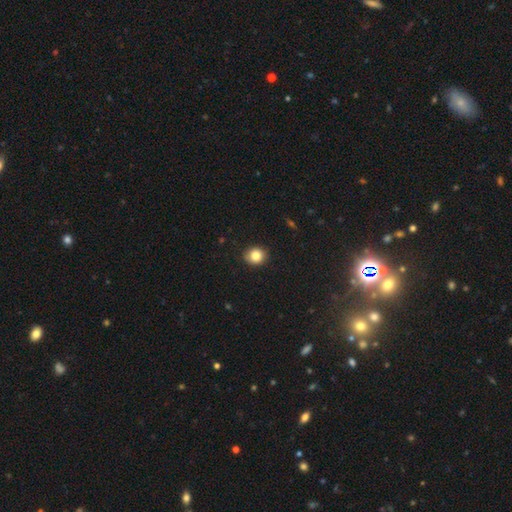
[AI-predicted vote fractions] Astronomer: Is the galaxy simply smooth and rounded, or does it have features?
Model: smooth — 84%.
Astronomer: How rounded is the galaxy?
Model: round — 80%.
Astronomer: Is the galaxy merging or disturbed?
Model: none — 88%.